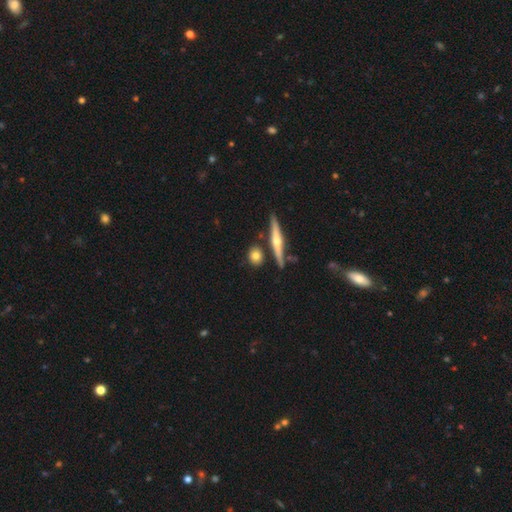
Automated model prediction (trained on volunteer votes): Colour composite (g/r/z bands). It shows a smooth galaxy with no disk features (69%) that is round (71%). Merging: none (77%).